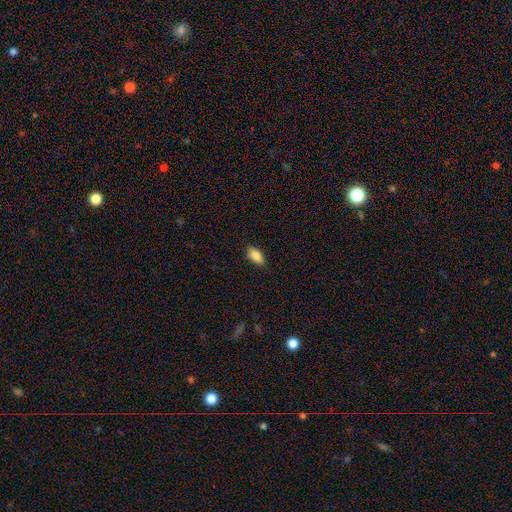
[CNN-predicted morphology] Smooth or featured: smooth — 87% (star or artifact — 7%)
How rounded: in between — 89% (cigar-shaped — 8%)
Merging: none — 86% (minor disturbance — 11%)